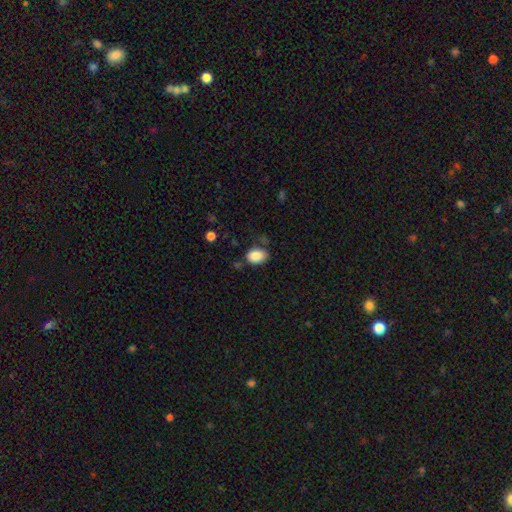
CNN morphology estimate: Q: Smooth or featured?
A: smooth (87%); runner-up: star or artifact (8%)
Q: How rounded?
A: in between (81%); runner-up: round (18%)
Q: Merging?
A: none (69%); runner-up: minor disturbance (21%)